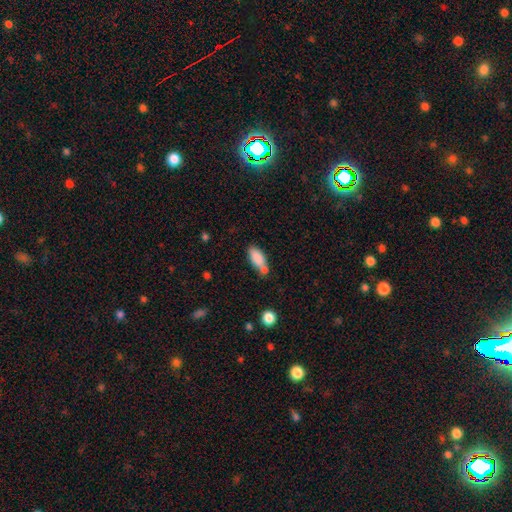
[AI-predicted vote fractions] smooth-or-featured: smooth: 83% | featured or disk: 9% | star or artifact: 8%
  how-rounded: in between: 80% | cigar-shaped: 18% | round: 2%
  merging: none: 48% | merger: 27% | minor disturbance: 19% | major disturbance: 6%